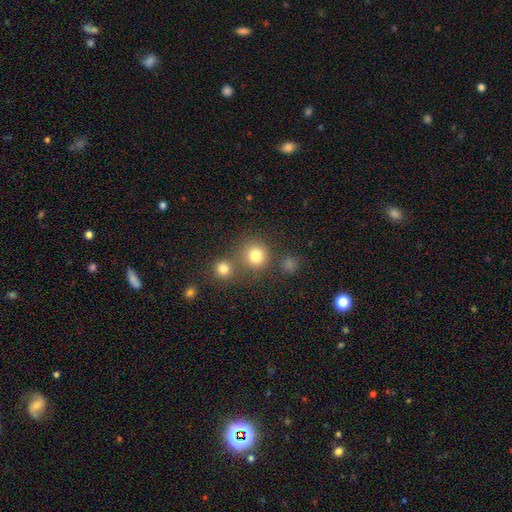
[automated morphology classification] Smooth or featured? Predicted: smooth (p=0.80). How rounded? Predicted: round (p=0.89). Merging? Predicted: none (p=0.66).